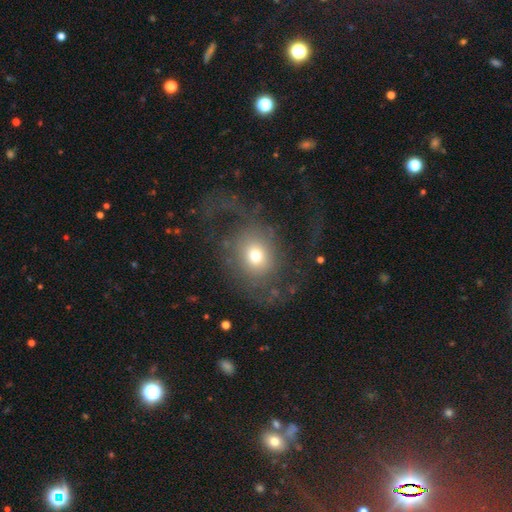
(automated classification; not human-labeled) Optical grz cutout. It shows a smooth galaxy with no disk features (59%) that is round (65%). Merging: none (42%).